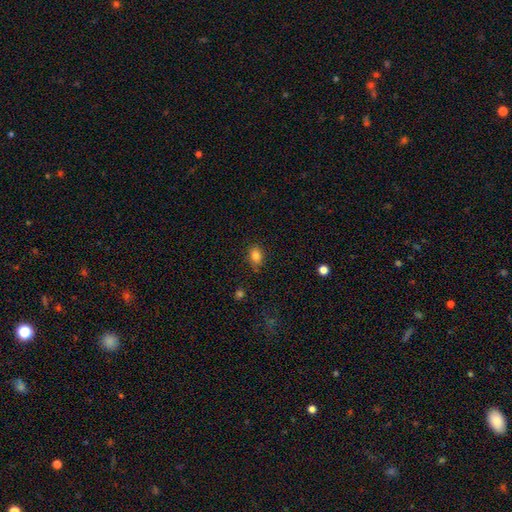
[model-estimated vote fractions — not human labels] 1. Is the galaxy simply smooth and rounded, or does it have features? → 84% smooth, 11% star or artifact, 5% featured or disk.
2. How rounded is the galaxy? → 75% in between, 23% round, 2% cigar-shaped.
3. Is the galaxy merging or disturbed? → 79% none, 16% minor disturbance, 3% major disturbance, 2% merger.